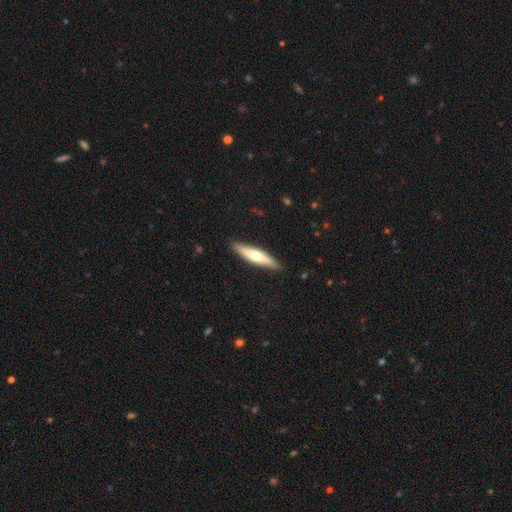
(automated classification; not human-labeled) Morphology: type=smooth (50%); roundness=cigar-shaped (76%); merging=none (89%).